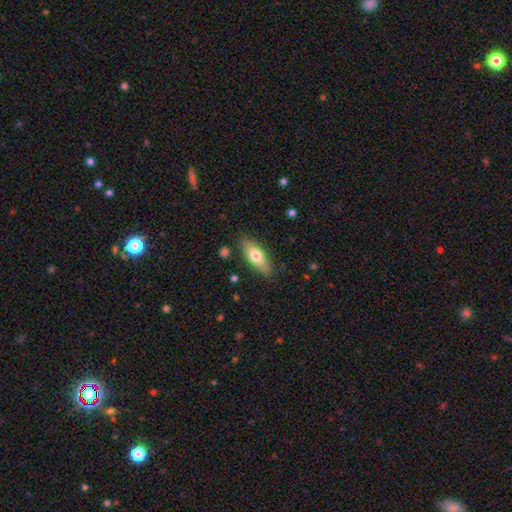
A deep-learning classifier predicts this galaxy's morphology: Smooth or featured: smooth — 68% (featured or disk — 26%)
How rounded: in between — 73% (cigar-shaped — 25%)
Merging: none — 84% (minor disturbance — 12%)